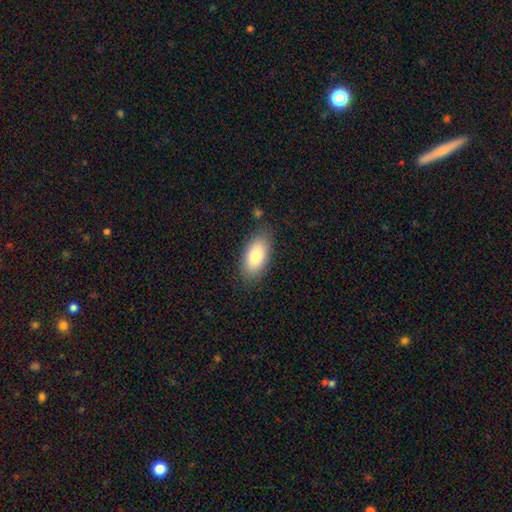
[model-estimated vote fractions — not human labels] A smooth galaxy with no disk features (81%) that is in between round and cigar-shaped (92%).

Vote fractions:
- Smooth or featured? smooth: 81% / featured or disk: 12% / star or artifact: 7%
- How rounded? in between: 92% / cigar-shaped: 5% / round: 3%
- Merging? none: 83% / minor disturbance: 12% / major disturbance: 3% / merger: 2%